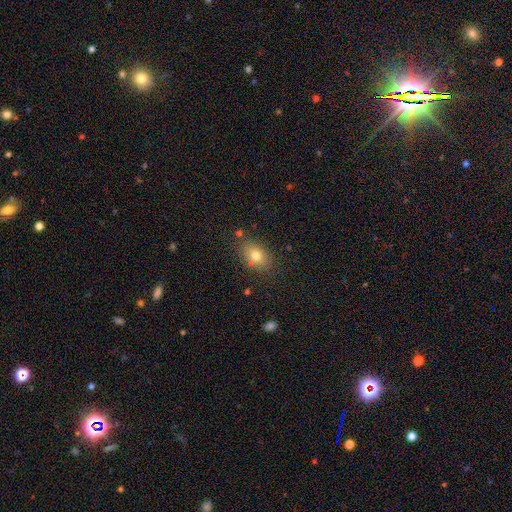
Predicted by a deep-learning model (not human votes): Q: Smooth or featured?
A: smooth (77%); runner-up: featured or disk (12%)
Q: How rounded?
A: in between (77%); runner-up: round (22%)
Q: Merging?
A: none (80%); runner-up: minor disturbance (13%)